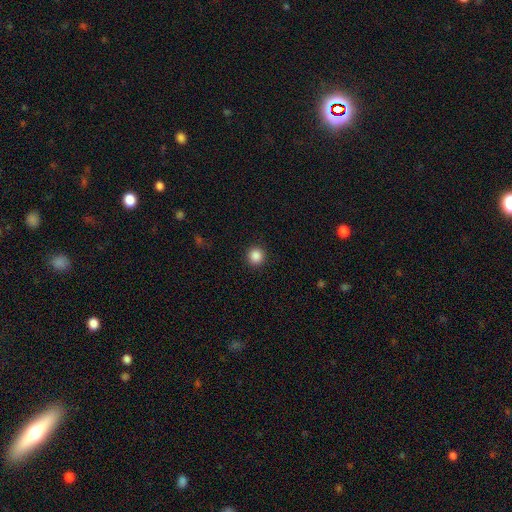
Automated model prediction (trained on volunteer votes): The model was most divided on "smooth or featured": smooth: 87%, star or artifact: 10%, featured or disk: 3%. More confident: how rounded — round (94%); merging — none (93%).